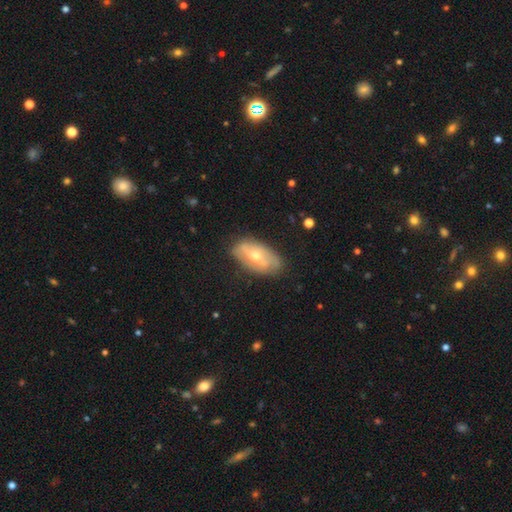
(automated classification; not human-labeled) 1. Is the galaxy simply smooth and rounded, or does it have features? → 57% featured or disk, 36% smooth, 6% star or artifact.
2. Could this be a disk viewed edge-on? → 88% no, 12% yes.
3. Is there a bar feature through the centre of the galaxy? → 50% no, 33% weak, 16% strong.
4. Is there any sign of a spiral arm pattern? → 55% yes, 45% no.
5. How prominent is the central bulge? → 54% moderate, 42% small, 2% large, 1% none, 1% dominant.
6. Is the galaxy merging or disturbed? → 73% none, 20% minor disturbance, 5% major disturbance, 2% merger.